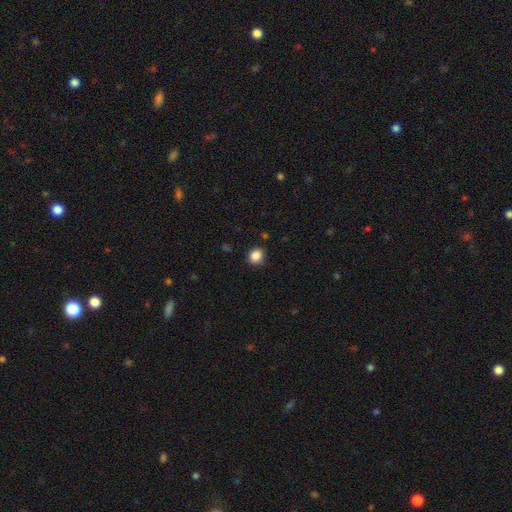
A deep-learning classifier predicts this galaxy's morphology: Smooth or featured? Predicted: smooth (p=0.87). How rounded? Predicted: round (p=0.71). Merging? Predicted: none (p=0.86).